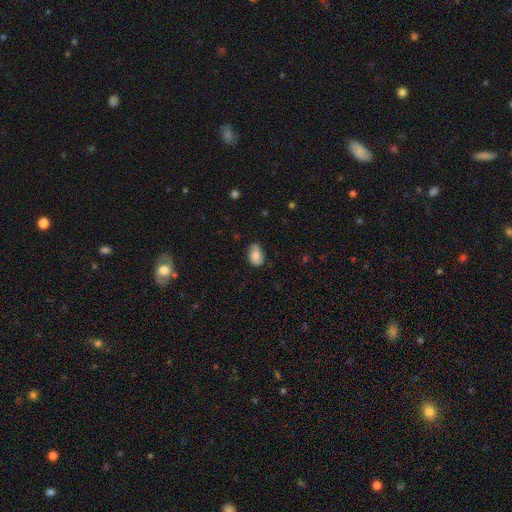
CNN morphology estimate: Smooth or featured? Predicted: smooth (p=0.74). How rounded? Predicted: in between (p=0.88). Merging? Predicted: none (p=0.66).